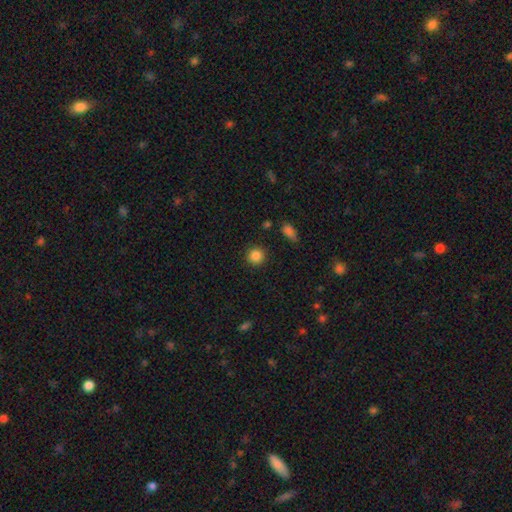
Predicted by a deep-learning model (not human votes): A smooth galaxy with no disk features (86%) that is round (92%). Merging: none (90%).